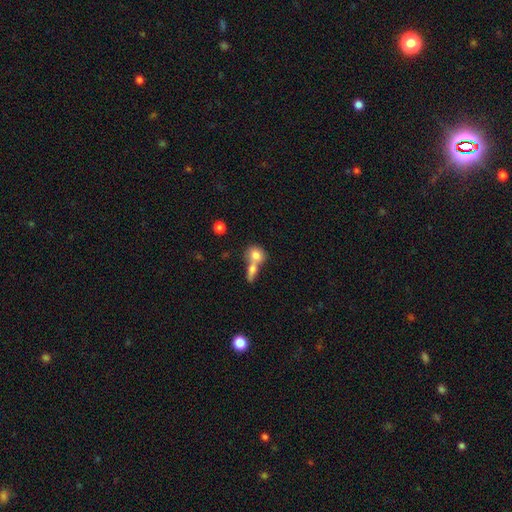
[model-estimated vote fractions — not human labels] A smooth galaxy with no disk features (77%) that is round (54%). Merging: merger (63%).